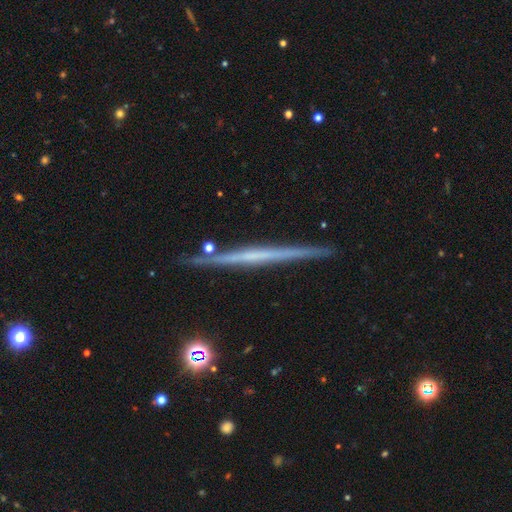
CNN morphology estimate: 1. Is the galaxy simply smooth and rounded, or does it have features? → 70% featured or disk, 24% smooth, 6% star or artifact.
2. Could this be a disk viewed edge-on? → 98% yes, 2% no.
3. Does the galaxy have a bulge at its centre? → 85% none, 9% rounded, 5% boxy.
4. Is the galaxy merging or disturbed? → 88% none, 8% minor disturbance, 2% merger, 1% major disturbance.